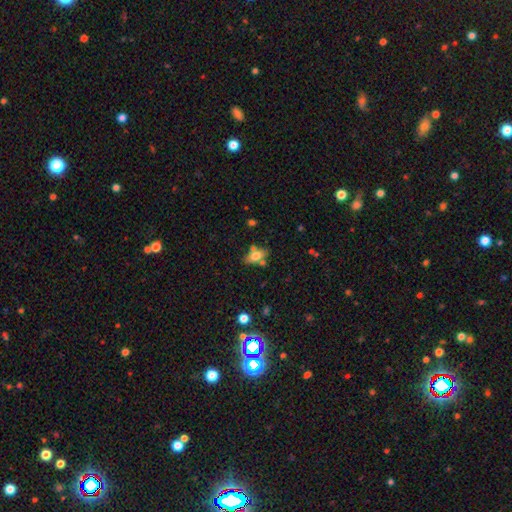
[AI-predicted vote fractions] Smooth or featured? Predicted: smooth (p=0.64). How rounded? Predicted: in between (p=0.81). Merging? Predicted: none (p=0.57).